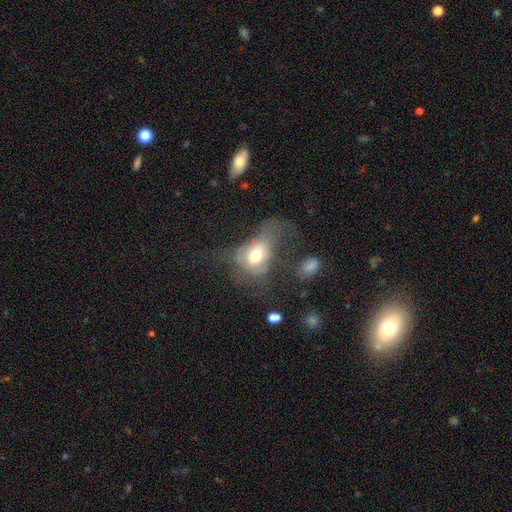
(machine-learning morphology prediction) Smooth or featured: smooth — 60% (featured or disk — 29%)
How rounded: in between — 60% (round — 38%)
Merging: major disturbance — 58% (none — 18%)